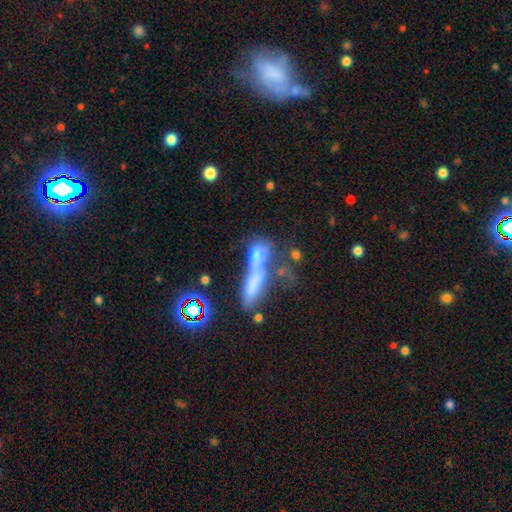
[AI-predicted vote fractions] Smooth or featured: smooth — 58% (featured or disk — 27%)
How rounded: in between — 53% (cigar-shaped — 37%)
Merging: merger — 62% (none — 15%)